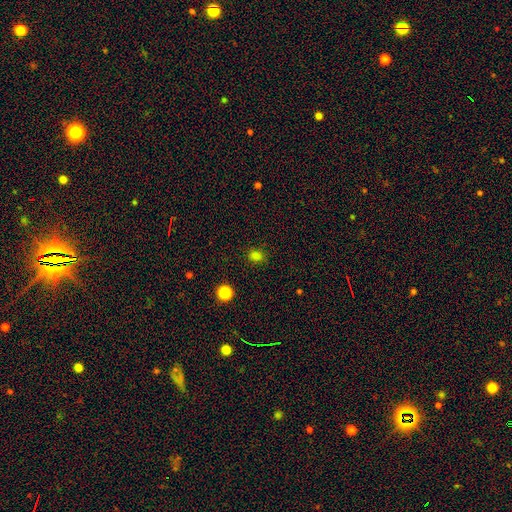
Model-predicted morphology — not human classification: Smooth or featured?
  - smooth: 76% *
  - star or artifact: 20%
  - featured or disk: 4%
How rounded?
  - round: 55% *
  - in between: 44%
  - cigar-shaped: 1%
Merging?
  - none: 83% *
  - minor disturbance: 11%
  - major disturbance: 3%
  - merger: 2%